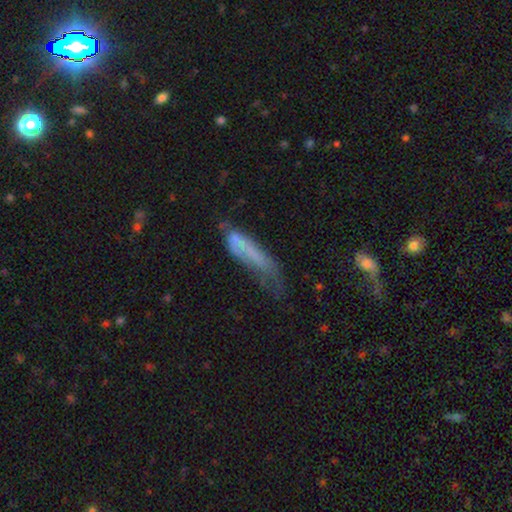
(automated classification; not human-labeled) A smooth galaxy with no disk features (56%) that is cigar-shaped (68%).

Vote fractions:
- Smooth or featured? smooth: 56% / featured or disk: 35% / star or artifact: 9%
- How rounded? cigar-shaped: 68% / in between: 30% / round: 3%
- Merging? major disturbance: 38% / minor disturbance: 27% / none: 26% / merger: 8%